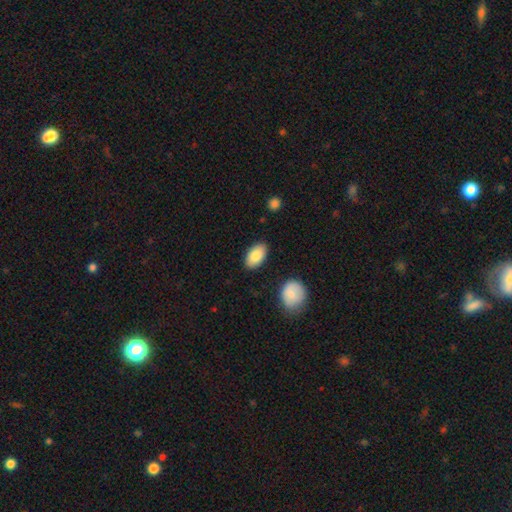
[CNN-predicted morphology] Smooth or featured?
  - smooth: 85% *
  - featured or disk: 9%
  - star or artifact: 6%
How rounded?
  - in between: 94% *
  - round: 4%
  - cigar-shaped: 2%
Merging?
  - none: 87% *
  - minor disturbance: 9%
  - major disturbance: 2%
  - merger: 2%